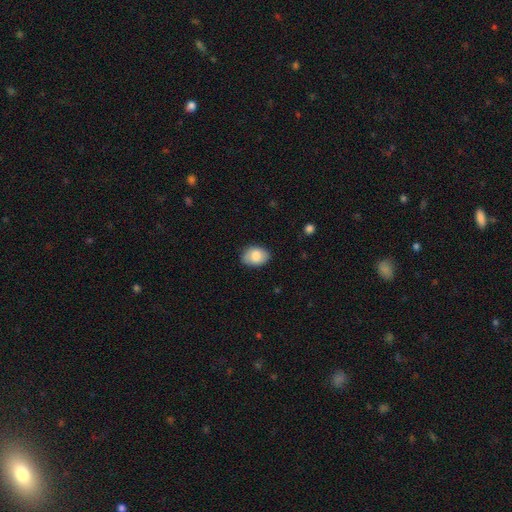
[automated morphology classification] This appears to be a smooth galaxy with no disk features (81%) that is in between round and cigar-shaped (81%). Merging: none (80%).